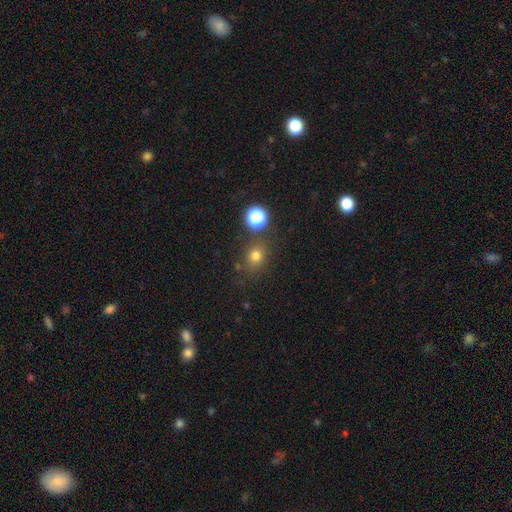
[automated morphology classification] Smooth or featured? smooth (73%)
How rounded? round (70%)
Merging? none (76%)